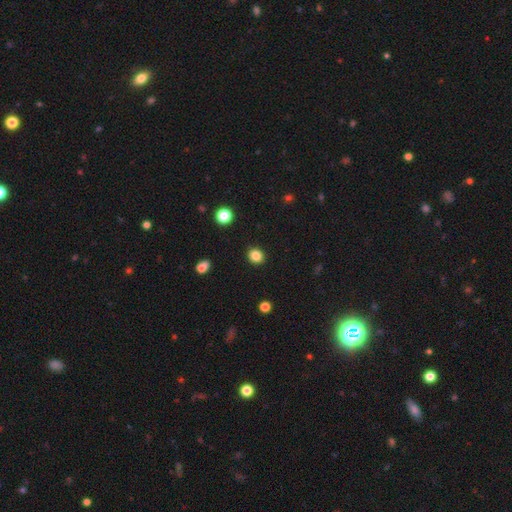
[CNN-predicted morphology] smooth_or_featured: smooth (p=0.85) [alt: star or artifact p=0.11]
how_rounded: round (p=0.82) [alt: in between p=0.17]
merging: none (p=0.91) [alt: minor disturbance p=0.06]